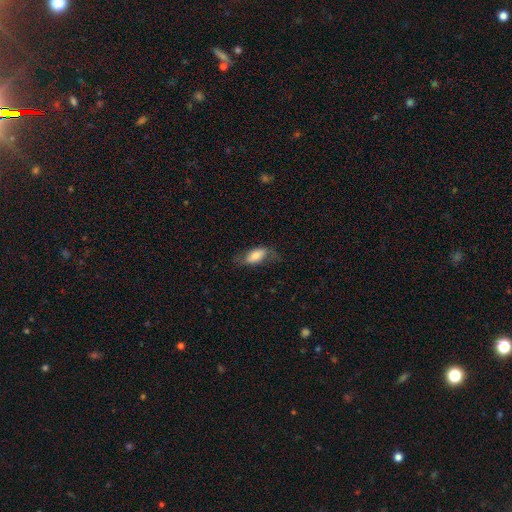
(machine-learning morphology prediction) The model was most divided on "merging": none: 59%, minor disturbance: 26%, major disturbance: 14%, merger: 1%. More confident: how rounded — in between (83%); smooth or featured — smooth (73%).